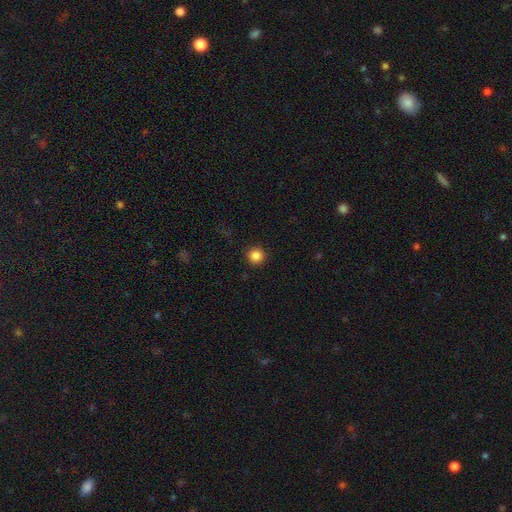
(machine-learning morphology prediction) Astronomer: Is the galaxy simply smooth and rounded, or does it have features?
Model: smooth — 86%.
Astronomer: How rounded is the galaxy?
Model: round — 96%.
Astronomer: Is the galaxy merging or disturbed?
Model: none — 92%.